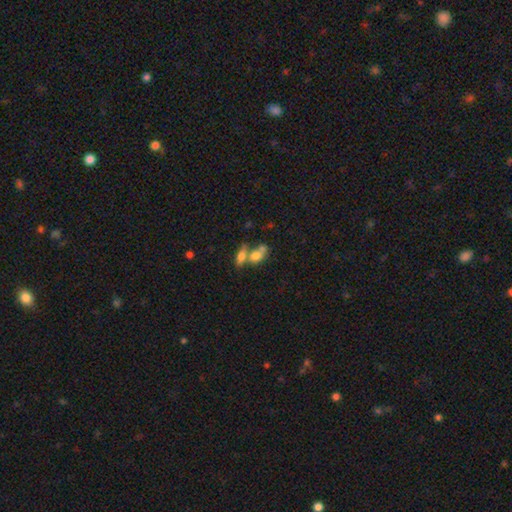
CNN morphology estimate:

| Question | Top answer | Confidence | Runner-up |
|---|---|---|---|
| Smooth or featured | smooth | 69% | featured or disk (20%) |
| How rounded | in between | 73% | round (19%) |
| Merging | merger | 56% | none (29%) |